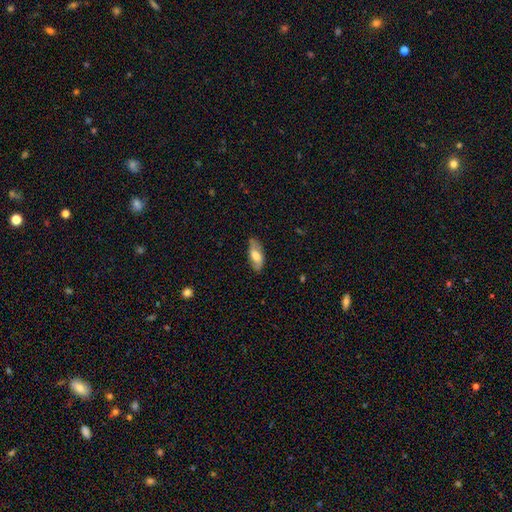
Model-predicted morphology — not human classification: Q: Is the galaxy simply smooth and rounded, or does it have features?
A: smooth — 55%.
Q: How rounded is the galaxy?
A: in between — 84%.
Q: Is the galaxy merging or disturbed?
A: none — 78%.